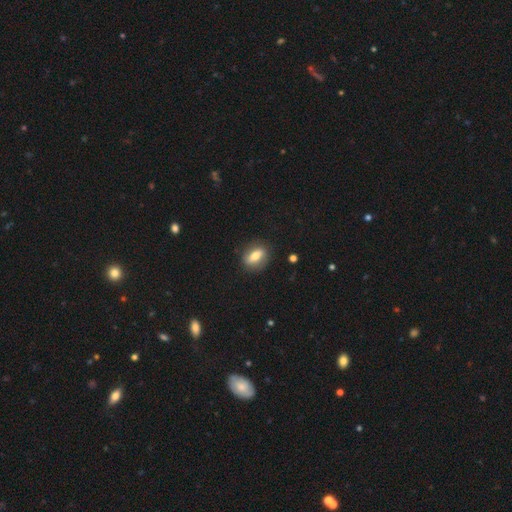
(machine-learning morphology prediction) A smooth galaxy with no disk features (61%) that is in between round and cigar-shaped (70%).

Vote fractions:
- Smooth or featured? smooth: 61% / featured or disk: 30% / star or artifact: 8%
- How rounded? in between: 70% / round: 16% / cigar-shaped: 14%
- Merging? none: 83% / minor disturbance: 12% / major disturbance: 4% / merger: 1%